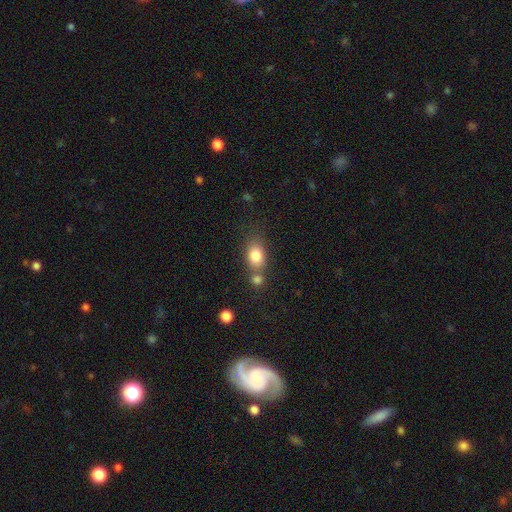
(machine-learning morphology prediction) This appears to be a smooth galaxy with no disk features (81%) that is in between round and cigar-shaped (69%). Merging: none (51%).